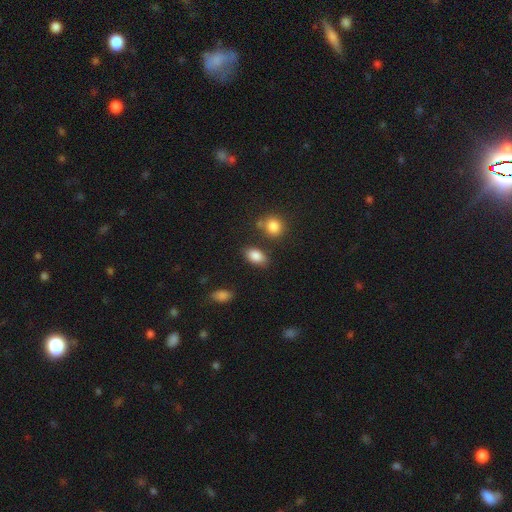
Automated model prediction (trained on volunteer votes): This is clearly a smooth galaxy (86%). How rounded: clearly in between (91%). Merging: likely none (79%).